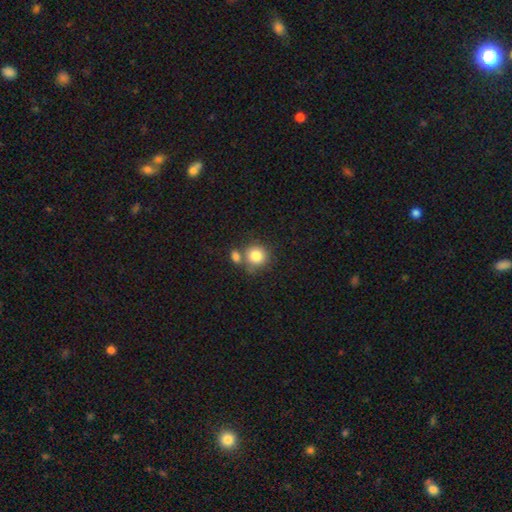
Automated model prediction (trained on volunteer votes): Smooth or featured: smooth — 82% (star or artifact — 10%)
How rounded: round — 87% (in between — 12%)
Merging: none — 57% (merger — 29%)